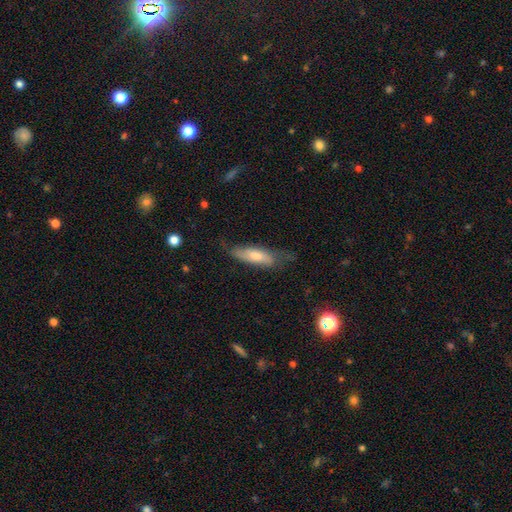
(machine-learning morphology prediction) featured or disk 47%, smooth 43%, star or artifact 10%. Down the decision tree: merging — none (65%).